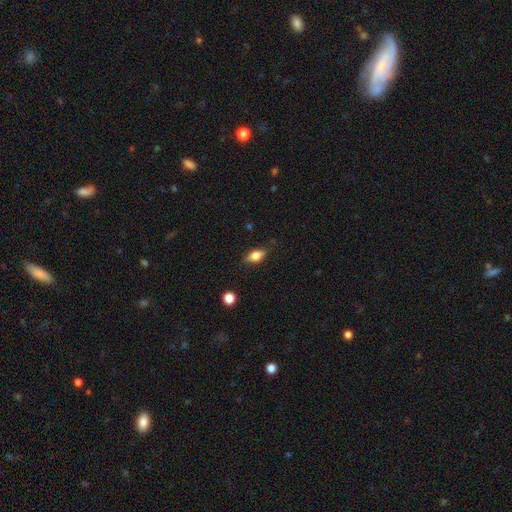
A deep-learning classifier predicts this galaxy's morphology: Overall: smooth (69%). How rounded: in between (81%). Merging: none (81%).